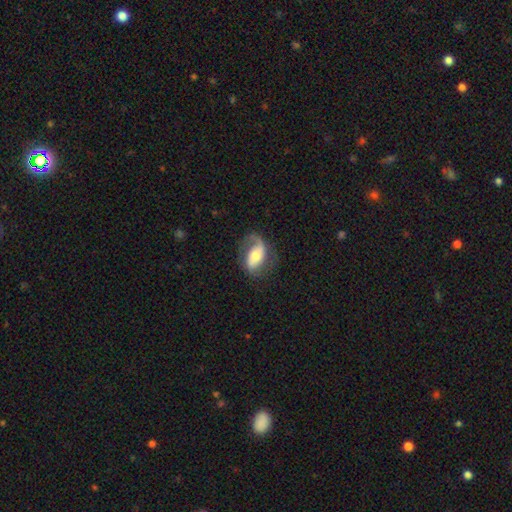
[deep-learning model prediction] A featured or disk galaxy (69%) with no bar (39%), 2 (58%) loose (47%) spiral arms (89%) and a moderate central bulge (58%). Merging: none (58%).